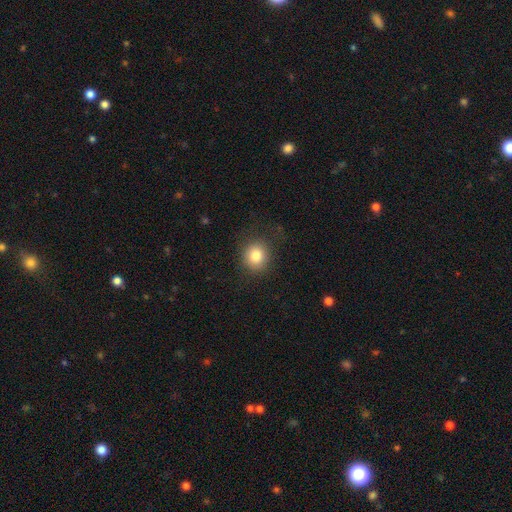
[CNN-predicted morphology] A smooth galaxy with no disk features (82%) that is round (84%).

Vote fractions:
- Smooth or featured? smooth: 82% / star or artifact: 10% / featured or disk: 8%
- How rounded? round: 84% / in between: 15% / cigar-shaped: 1%
- Merging? none: 84% / minor disturbance: 10% / major disturbance: 5% / merger: 1%